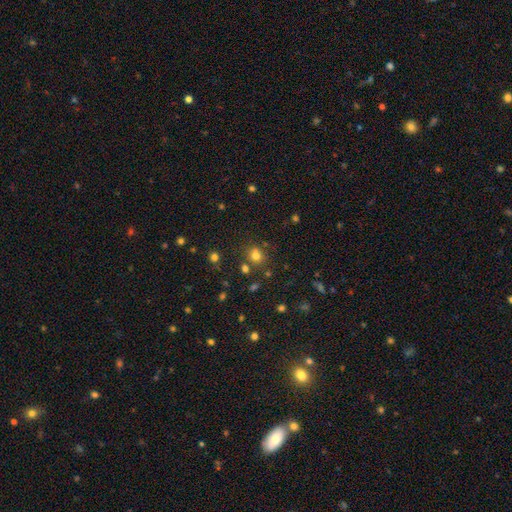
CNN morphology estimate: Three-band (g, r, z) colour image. It shows a smooth galaxy with no disk features (71%) that is round (75%). Merging: none (71%).